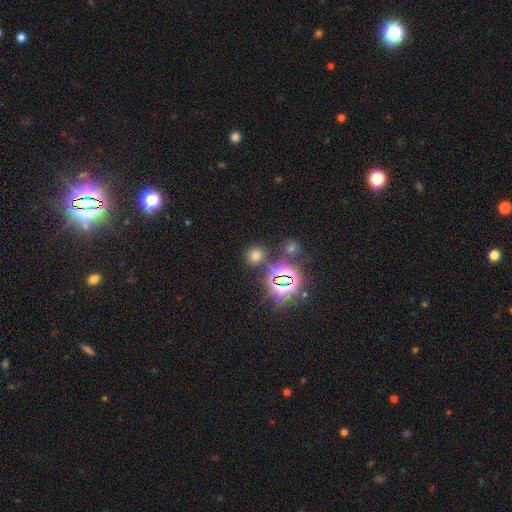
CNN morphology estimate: This appears to be a smooth galaxy with no disk features (59%) that is round (85%). Merging: none (82%).